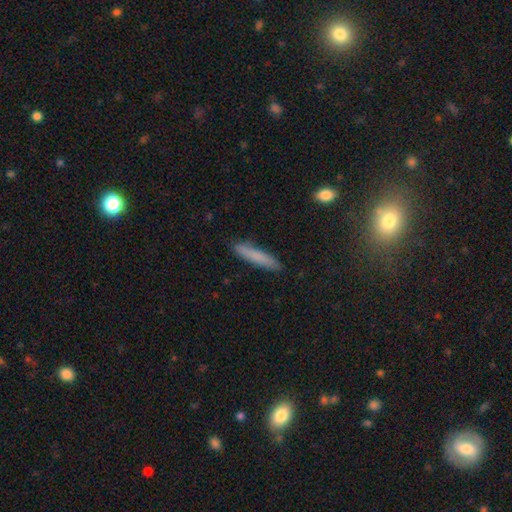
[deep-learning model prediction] smooth 79%, featured or disk 14%, star or artifact 7%. Down the decision tree: how rounded — cigar-shaped (92%); merging — none (88%).